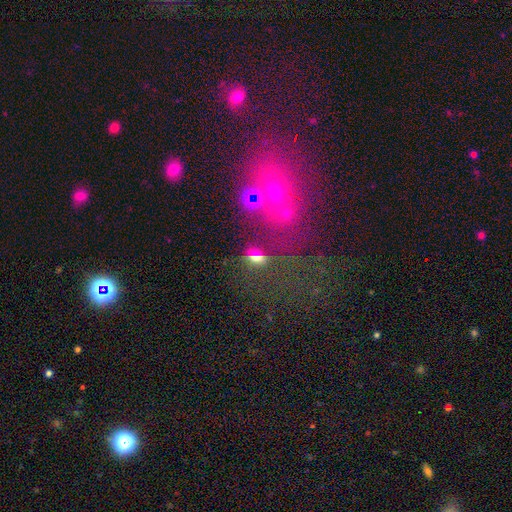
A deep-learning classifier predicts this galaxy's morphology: This is possibly a smooth galaxy (51%). How rounded: likely in between (63%). Merging: likely none (61%).